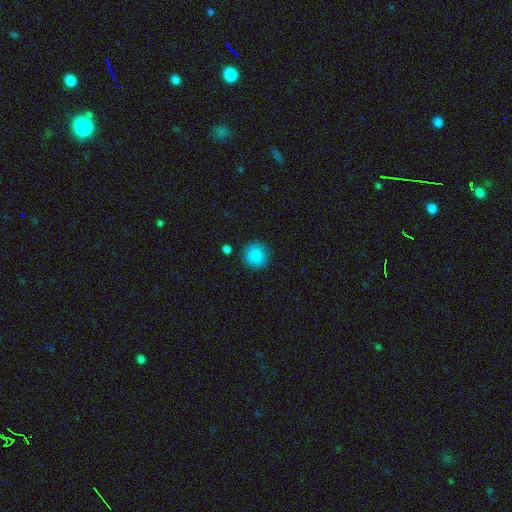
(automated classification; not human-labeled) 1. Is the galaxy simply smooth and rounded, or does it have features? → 88% smooth, 9% star or artifact, 3% featured or disk.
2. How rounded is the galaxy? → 92% round, 7% in between, 1% cigar-shaped.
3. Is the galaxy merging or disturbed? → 87% none, 8% minor disturbance, 3% major disturbance, 2% merger.